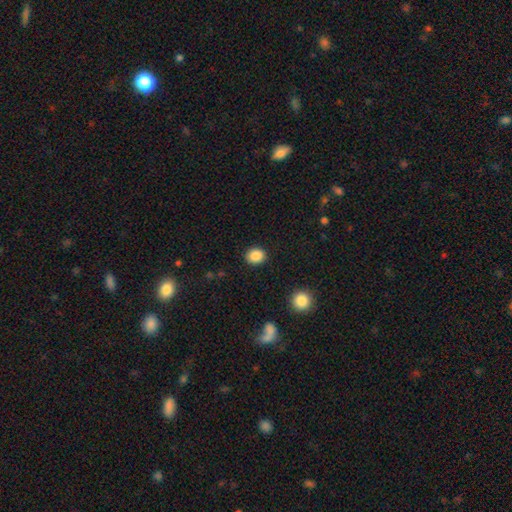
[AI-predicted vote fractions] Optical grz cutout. It shows a smooth galaxy with no disk features (87%) that is round (64%). Merging: none (90%).